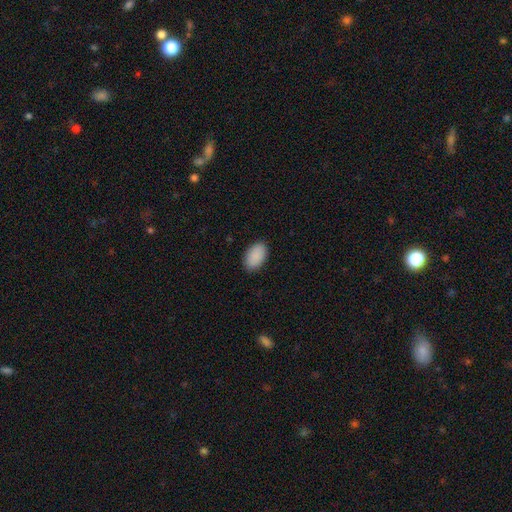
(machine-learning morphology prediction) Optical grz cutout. It shows a smooth galaxy with no disk features (91%) that is in between round and cigar-shaped (94%). Merging: none (88%).